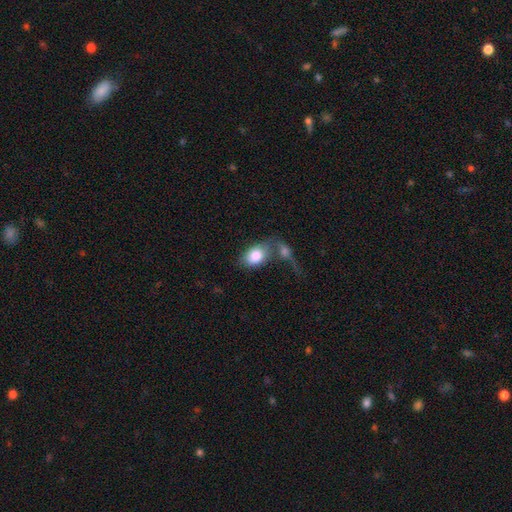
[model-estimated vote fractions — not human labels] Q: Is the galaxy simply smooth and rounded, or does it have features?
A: smooth — 81%.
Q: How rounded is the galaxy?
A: in between — 80%.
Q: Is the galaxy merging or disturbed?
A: merger — 40%.